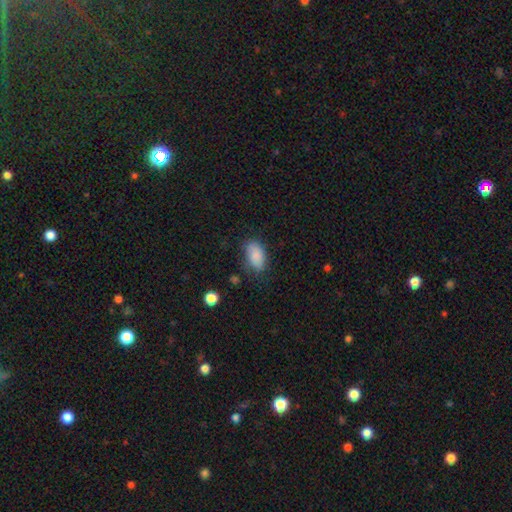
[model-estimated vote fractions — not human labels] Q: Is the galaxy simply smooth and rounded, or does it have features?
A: smooth — 85%.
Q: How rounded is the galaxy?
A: in between — 92%.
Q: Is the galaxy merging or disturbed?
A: none — 64%.